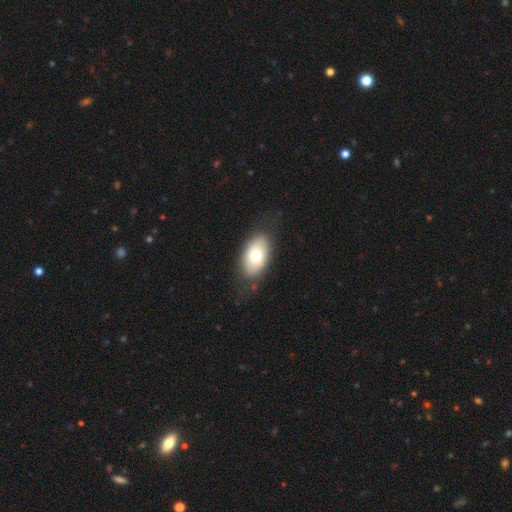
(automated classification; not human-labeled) A smooth galaxy with no disk features (73%) that is in between round and cigar-shaped (91%). Merging: none (78%).